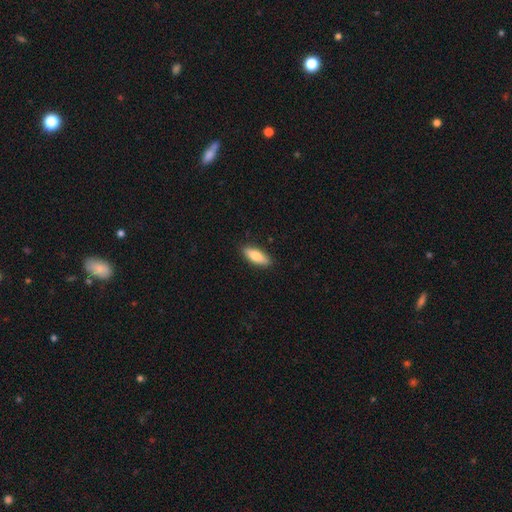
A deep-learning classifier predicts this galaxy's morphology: A smooth galaxy with no disk features (78%) that is in between round and cigar-shaped (64%). Merging: none (88%).